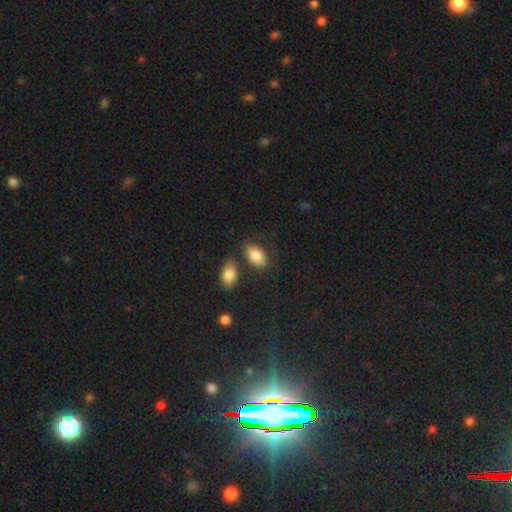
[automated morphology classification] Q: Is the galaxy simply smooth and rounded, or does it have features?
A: smooth — 83%.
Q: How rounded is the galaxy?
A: in between — 91%.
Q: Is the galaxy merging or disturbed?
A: none — 70%.